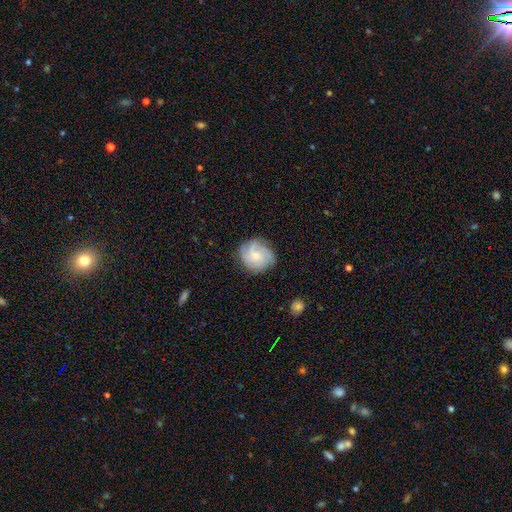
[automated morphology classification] Smooth or featured?
  - featured or disk: 62% *
  - smooth: 31%
  - star or artifact: 8%
Edge-on disk?
  - no: 98% *
  - yes: 2%
Bar?
  - no: 72% *
  - weak: 25%
  - strong: 3%
Spiral arms?
  - yes: 93% *
  - no: 7%
Spiral winding?
  - tight: 55% *
  - medium: 35%
  - loose: 10%
Spiral arm count?
  - 3: 37% *
  - can't tell: 25%
  - 4: 17%
  - 2: 11%
  - more than 4: 5%
  - 1: 5%
Bulge size?
  - small: 58% *
  - moderate: 29%
  - none: 9%
  - large: 3%
  - dominant: 1%
Merging?
  - none: 77% *
  - minor disturbance: 17%
  - major disturbance: 5%
  - merger: 1%